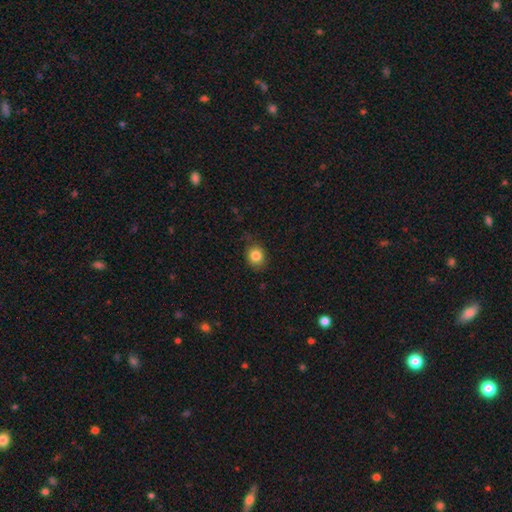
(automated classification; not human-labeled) The model was most divided on "how rounded": round: 63%, in between: 36%, cigar-shaped: 1%. More confident: smooth or featured — smooth (84%); merging — none (76%).